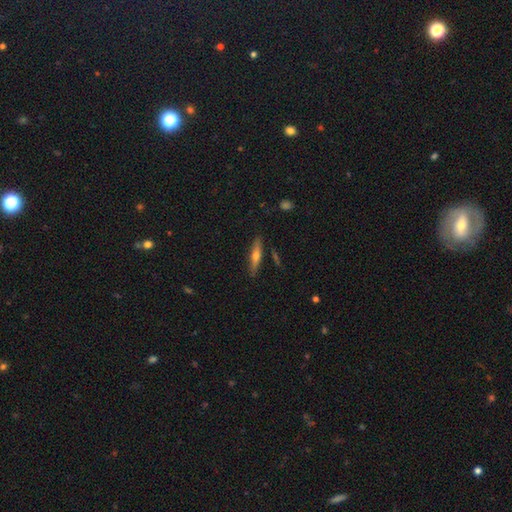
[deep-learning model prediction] Smooth or featured: featured or disk — 52% (smooth — 42%)
Edge-on disk: yes — 93% (no — 7%)
Merging: none — 86% (minor disturbance — 9%)